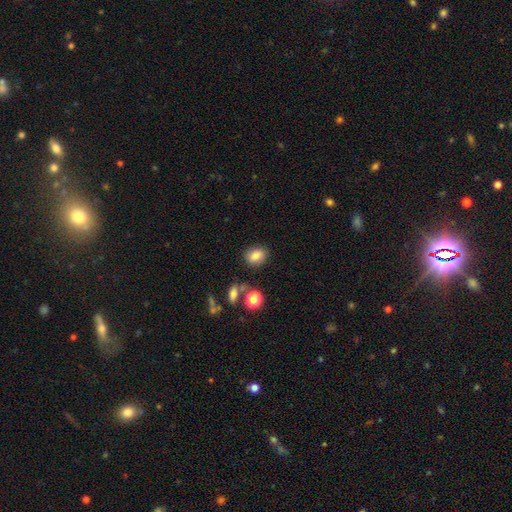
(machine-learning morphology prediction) This is clearly a smooth galaxy (82%). How rounded: possibly in between (57%). Merging: clearly none (82%).